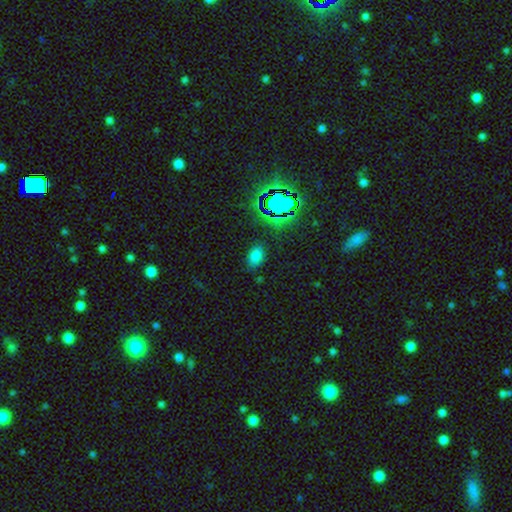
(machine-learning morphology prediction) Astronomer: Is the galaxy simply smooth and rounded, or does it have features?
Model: smooth — 72%.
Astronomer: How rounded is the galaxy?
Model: in between — 85%.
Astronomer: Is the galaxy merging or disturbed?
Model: none — 82%.